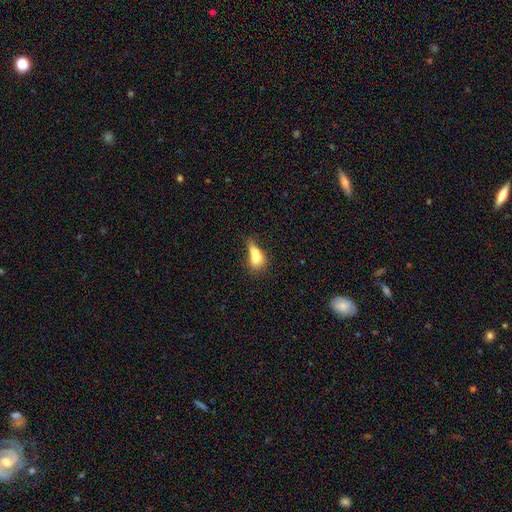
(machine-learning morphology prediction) A smooth galaxy with no disk features (69%) that is in between round and cigar-shaped (67%).

Vote fractions:
- Smooth or featured? smooth: 69% / featured or disk: 21% / star or artifact: 10%
- How rounded? in between: 67% / round: 18% / cigar-shaped: 14%
- Merging? merger: 50% / none: 19% / major disturbance: 15% / minor disturbance: 15%